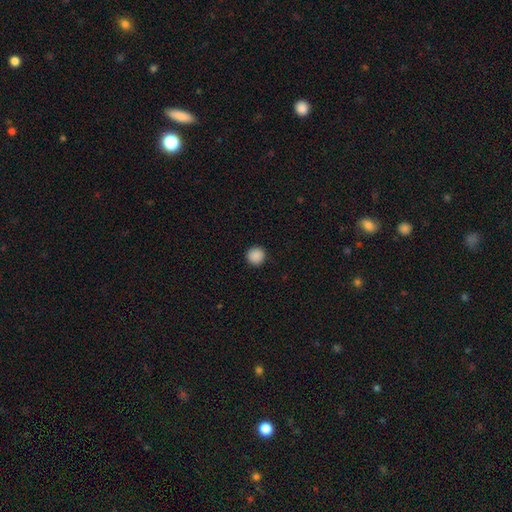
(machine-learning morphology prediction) Q: Smooth or featured?
A: smooth (89%); runner-up: star or artifact (9%)
Q: How rounded?
A: round (95%); runner-up: in between (4%)
Q: Merging?
A: none (93%); runner-up: minor disturbance (5%)